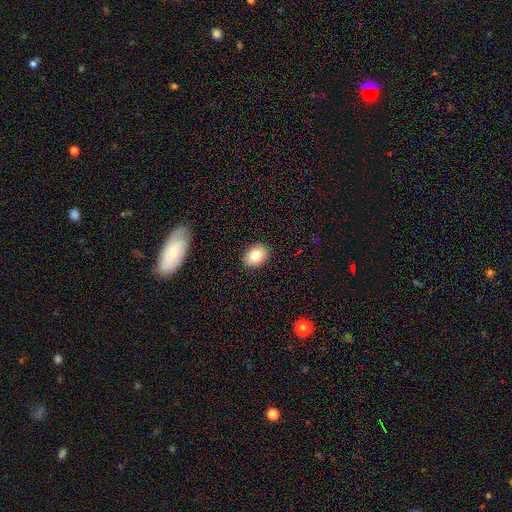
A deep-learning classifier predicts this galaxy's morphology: Smooth or featured? Predicted: smooth (p=0.83). How rounded? Predicted: in between (p=0.70). Merging? Predicted: none (p=0.89).